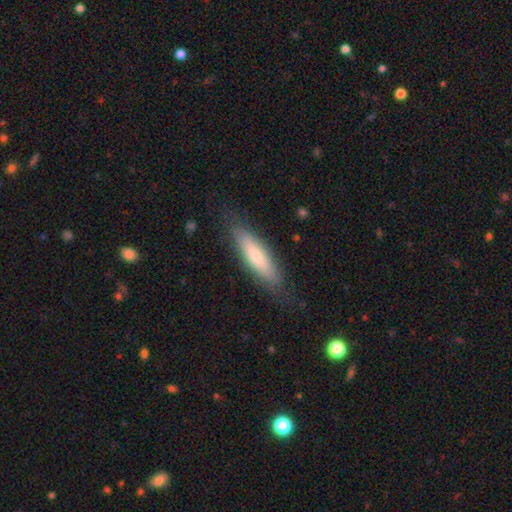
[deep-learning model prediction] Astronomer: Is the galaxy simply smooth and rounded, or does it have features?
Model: smooth — 68%.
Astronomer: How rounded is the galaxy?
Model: cigar-shaped — 72%.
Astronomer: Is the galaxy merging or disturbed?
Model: none — 82%.